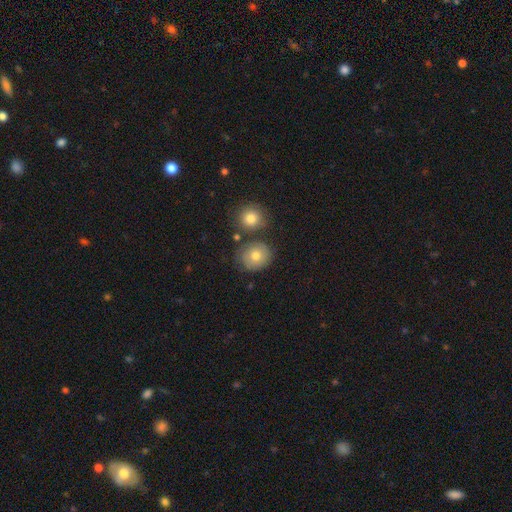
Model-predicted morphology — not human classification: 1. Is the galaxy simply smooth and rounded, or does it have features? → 76% smooth, 15% featured or disk, 9% star or artifact.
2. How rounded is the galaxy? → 76% round, 23% in between, 1% cigar-shaped.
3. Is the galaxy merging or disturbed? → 72% none, 14% minor disturbance, 10% merger, 4% major disturbance.